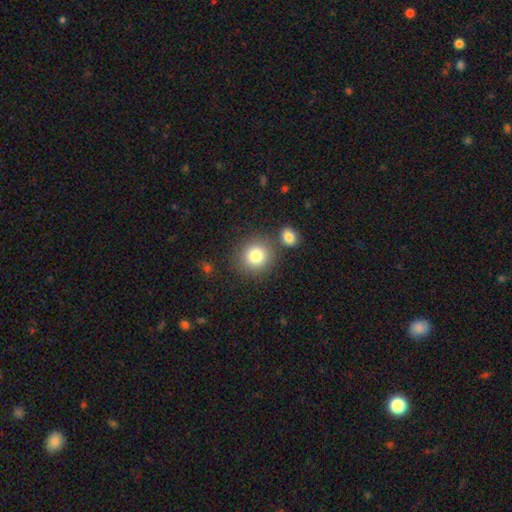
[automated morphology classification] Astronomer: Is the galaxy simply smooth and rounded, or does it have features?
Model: smooth — 82%.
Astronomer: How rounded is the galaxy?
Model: round — 89%.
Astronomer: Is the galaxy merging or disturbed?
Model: none — 76%.